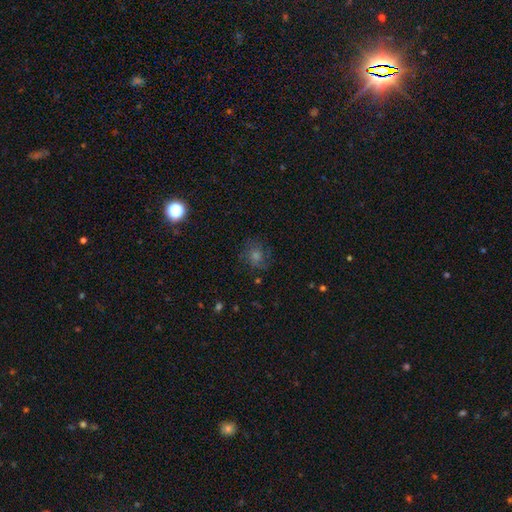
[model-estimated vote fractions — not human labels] This is marginally a smooth galaxy (41%). Merging: likely none (78%).